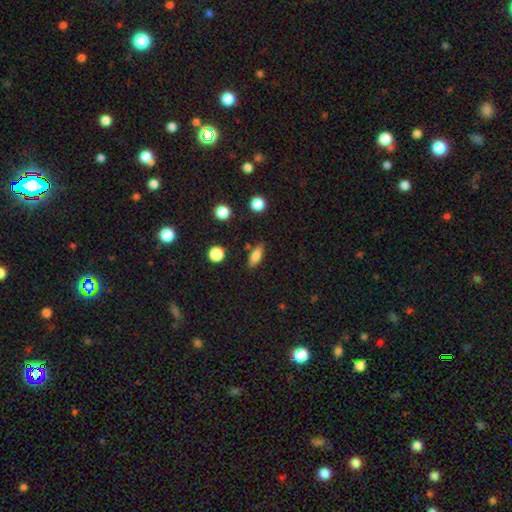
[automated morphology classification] Smooth or featured? Predicted: smooth (p=0.79). How rounded? Predicted: in between (p=0.68). Merging? Predicted: none (p=0.82).